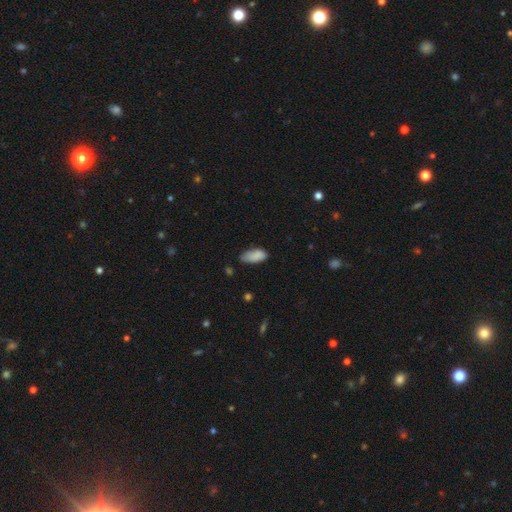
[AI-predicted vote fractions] Q: Smooth or featured?
A: smooth (85%); runner-up: star or artifact (8%)
Q: How rounded?
A: in between (88%); runner-up: cigar-shaped (9%)
Q: Merging?
A: none (54%); runner-up: minor disturbance (35%)